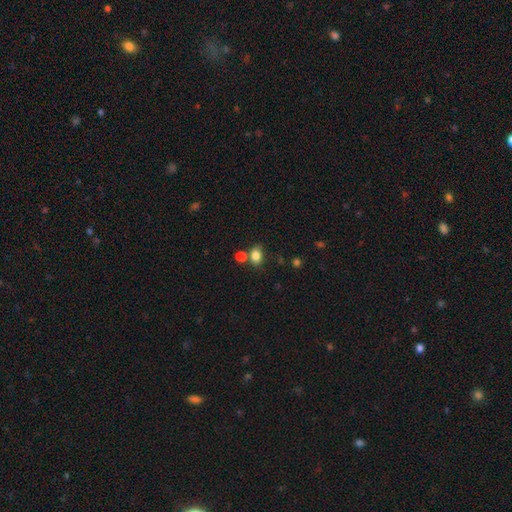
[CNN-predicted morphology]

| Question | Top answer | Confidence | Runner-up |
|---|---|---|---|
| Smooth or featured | smooth | 83% | star or artifact (11%) |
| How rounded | in between | 71% | round (28%) |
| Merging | none | 59% | merger (24%) |